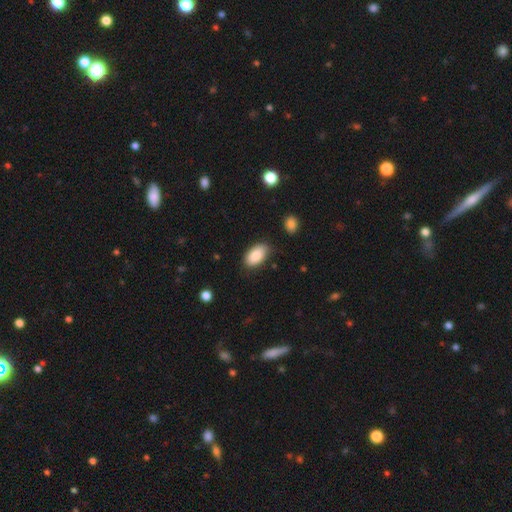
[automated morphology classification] A smooth galaxy with no disk features (87%) that is in between round and cigar-shaped (95%). Merging: none (82%).